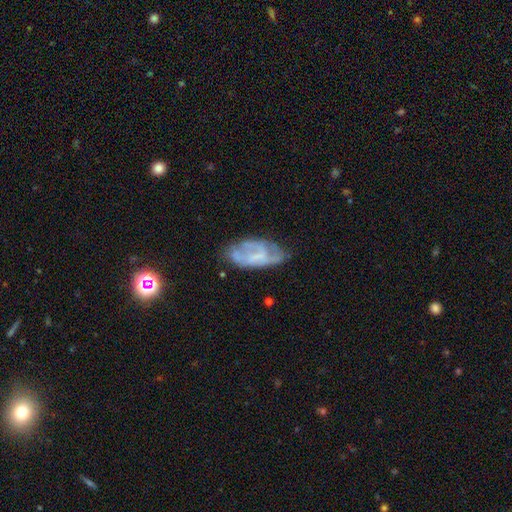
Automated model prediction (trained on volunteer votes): This appears to be a featured or disk galaxy (61%) with no bar (59%), spiral arms (54%) and no central bulge (54%). Merging: none (52%).